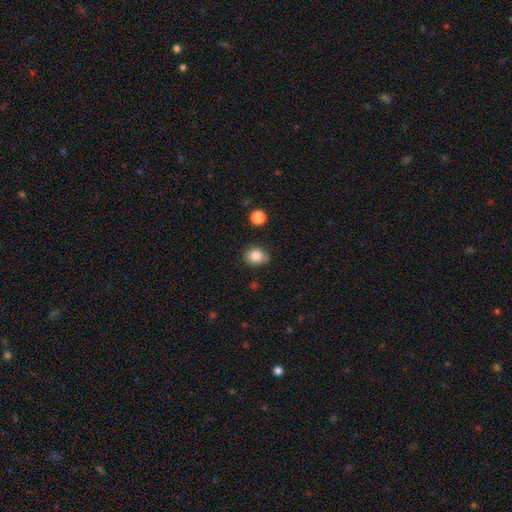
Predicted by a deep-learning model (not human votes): This is clearly a smooth galaxy (86%). How rounded: likely round (62%). Merging: likely none (72%).